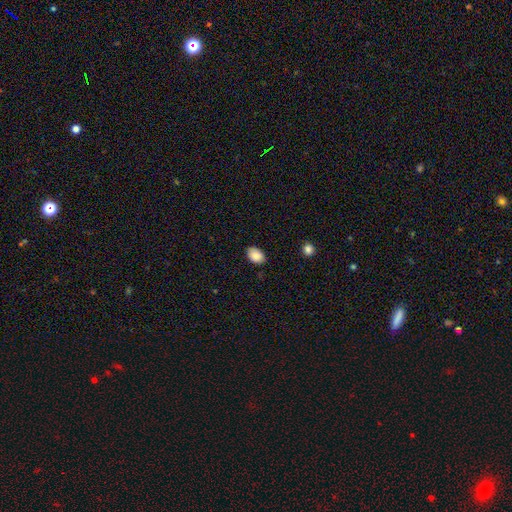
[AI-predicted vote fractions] This appears to be a smooth galaxy with no disk features (88%) that is in between round and cigar-shaped (81%). Merging: none (83%).